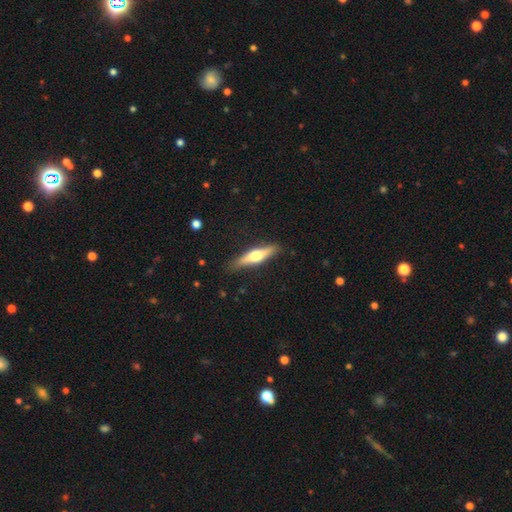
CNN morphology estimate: Smooth or featured: featured or disk — 53% (smooth — 41%)
Edge-on disk: yes — 94% (no — 6%)
Edge-on bulge: rounded — 92% (boxy — 5%)
Merging: none — 87% (minor disturbance — 10%)